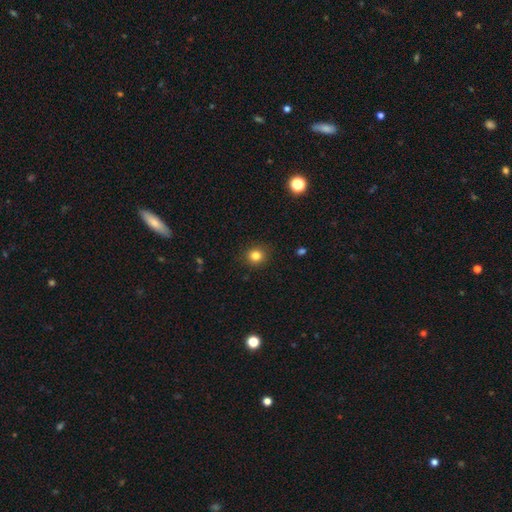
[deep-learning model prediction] smooth 82%, star or artifact 12%, featured or disk 6%. Down the decision tree: how rounded — round (85%); merging — none (90%).